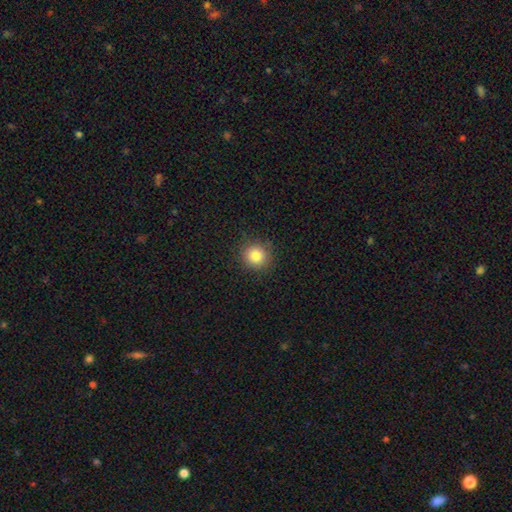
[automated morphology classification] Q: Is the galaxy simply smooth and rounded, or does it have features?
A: smooth — 83%.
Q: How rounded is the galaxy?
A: round — 92%.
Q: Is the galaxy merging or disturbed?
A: none — 89%.